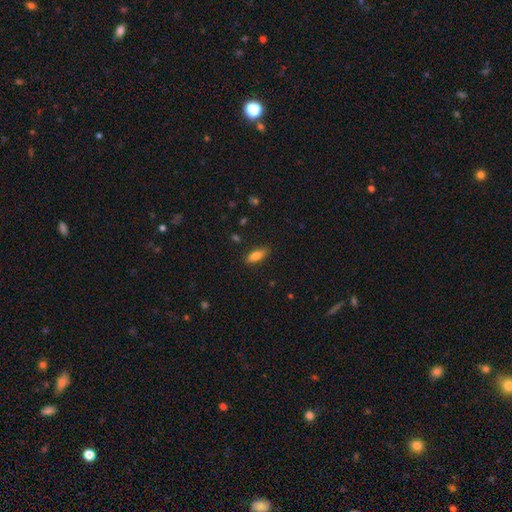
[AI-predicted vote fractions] A smooth galaxy with no disk features (81%) that is in between round and cigar-shaped (75%).

Vote fractions:
- Smooth or featured? smooth: 81% / featured or disk: 11% / star or artifact: 8%
- How rounded? in between: 75% / cigar-shaped: 23% / round: 2%
- Merging? none: 84% / minor disturbance: 12% / major disturbance: 3% / merger: 1%